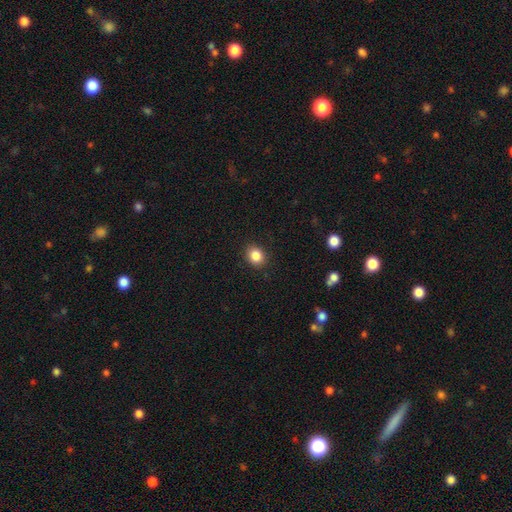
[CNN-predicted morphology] This appears to be a smooth galaxy with no disk features (86%) that is round (63%). Merging: none (90%).